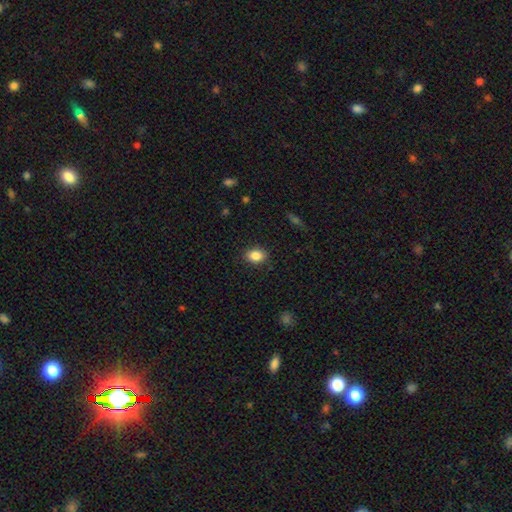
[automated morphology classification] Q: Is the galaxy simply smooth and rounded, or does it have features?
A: smooth — 86%.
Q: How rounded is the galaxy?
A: in between — 71%.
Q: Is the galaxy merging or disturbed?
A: none — 87%.